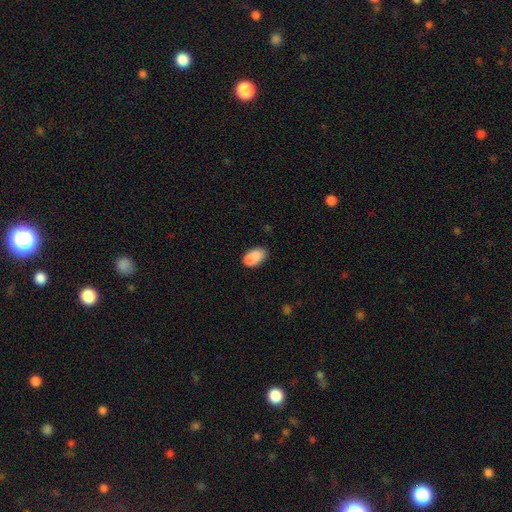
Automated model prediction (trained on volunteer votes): A smooth galaxy with no disk features (81%) that is in between round and cigar-shaped (90%).

Vote fractions:
- Smooth or featured? smooth: 81% / featured or disk: 11% / star or artifact: 8%
- How rounded? in between: 90% / round: 8% / cigar-shaped: 2%
- Merging? none: 57% / merger: 20% / minor disturbance: 19% / major disturbance: 5%